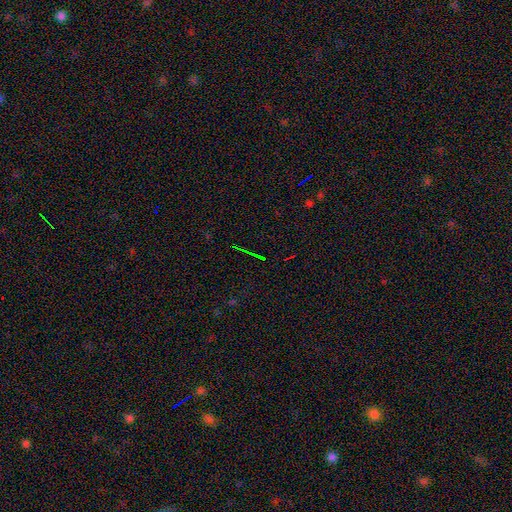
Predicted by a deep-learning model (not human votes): Smooth or featured?
  - star or artifact: 77% *
  - smooth: 12%
  - featured or disk: 12%